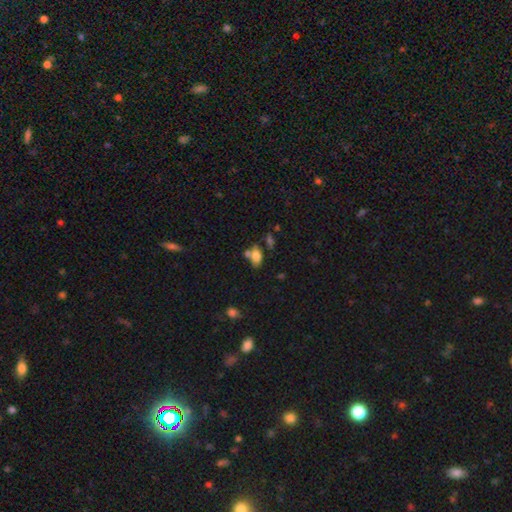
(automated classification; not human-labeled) Smooth or featured? smooth (74%)
How rounded? in between (87%)
Merging? none (49%)